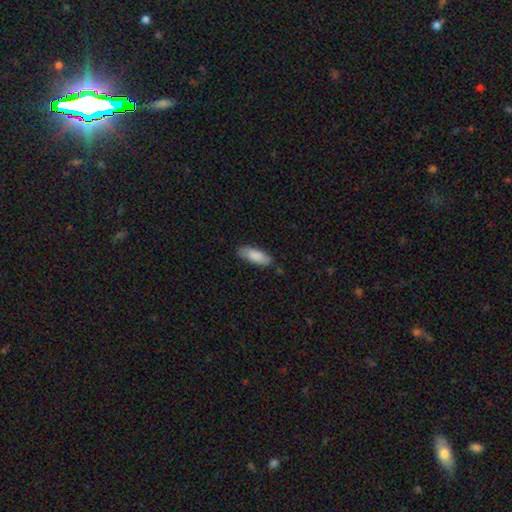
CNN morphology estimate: This is clearly a smooth galaxy (86%). How rounded: likely in between (66%). Merging: clearly none (81%).